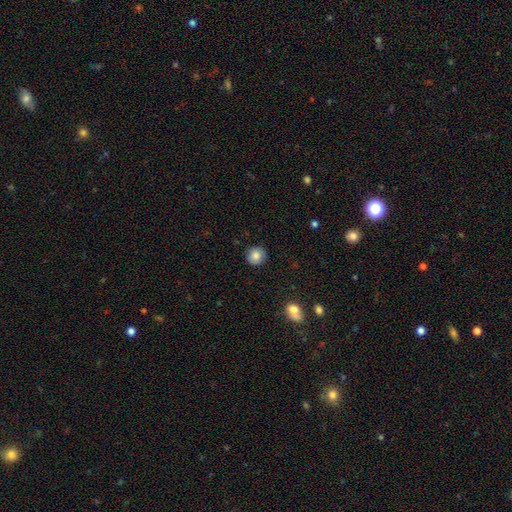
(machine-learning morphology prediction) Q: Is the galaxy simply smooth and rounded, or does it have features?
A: smooth — 85%.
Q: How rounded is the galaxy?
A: round — 92%.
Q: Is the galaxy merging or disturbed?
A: none — 91%.